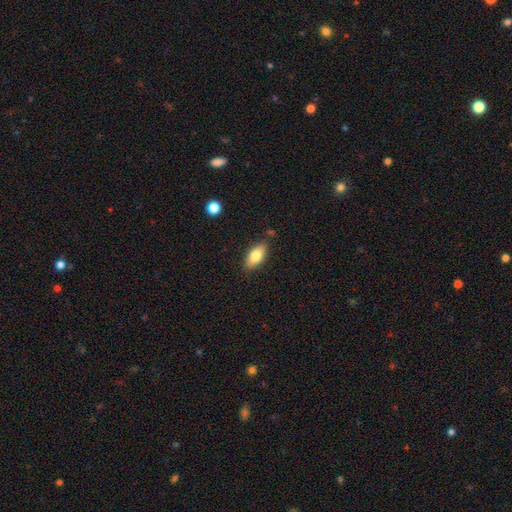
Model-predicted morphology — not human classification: smooth_or_featured: smooth (p=0.79) [alt: featured or disk p=0.14]
how_rounded: in between (p=0.88) [alt: cigar-shaped p=0.09]
merging: none (p=0.84) [alt: minor disturbance p=0.12]